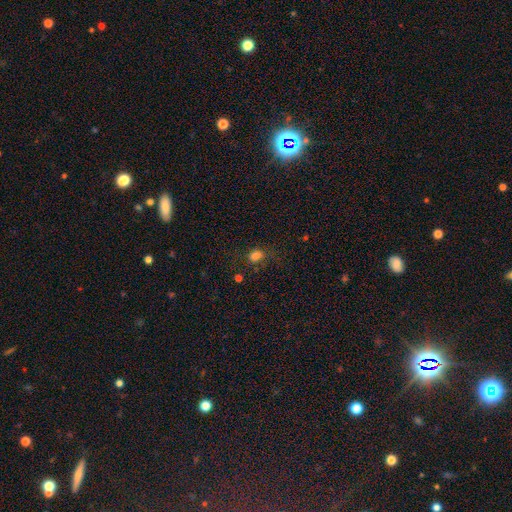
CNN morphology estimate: smooth 77%, star or artifact 17%, featured or disk 6%. Down the decision tree: how rounded — in between (59%); merging — none (63%).